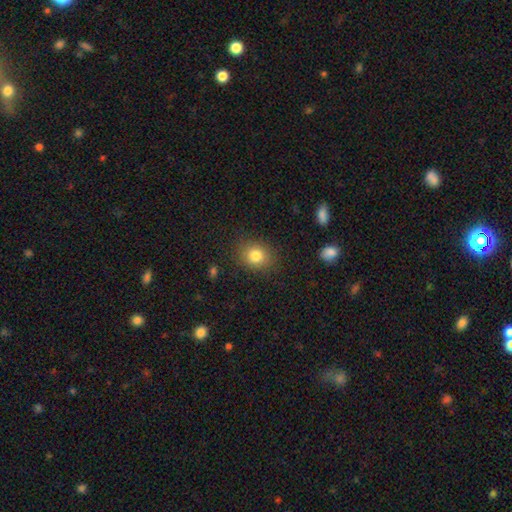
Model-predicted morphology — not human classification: Smooth or featured?
  - smooth: 82% *
  - star or artifact: 11%
  - featured or disk: 7%
How rounded?
  - round: 65% *
  - in between: 34%
  - cigar-shaped: 1%
Merging?
  - none: 85% *
  - minor disturbance: 10%
  - major disturbance: 3%
  - merger: 1%